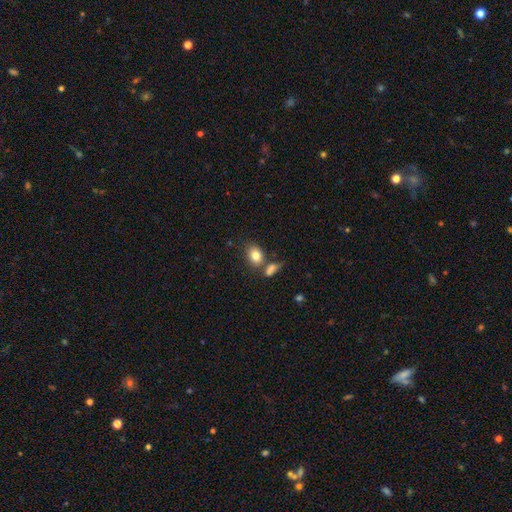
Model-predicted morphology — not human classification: smooth 82%, featured or disk 9%, star or artifact 9%. Down the decision tree: how rounded — in between (71%); merging — none (58%).